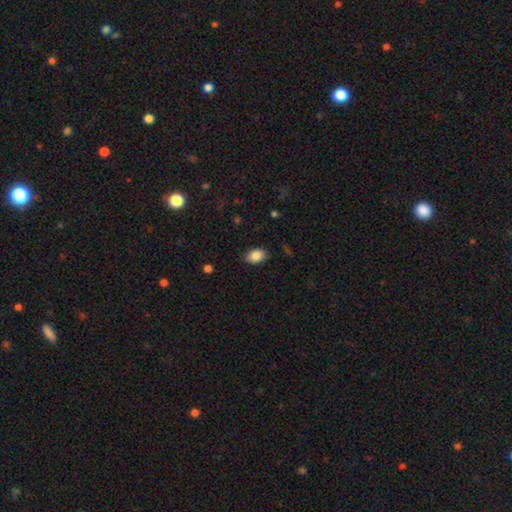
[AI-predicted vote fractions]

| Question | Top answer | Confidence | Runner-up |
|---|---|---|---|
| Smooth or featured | smooth | 86% | star or artifact (8%) |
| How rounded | in between | 87% | round (12%) |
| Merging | none | 85% | minor disturbance (12%) |